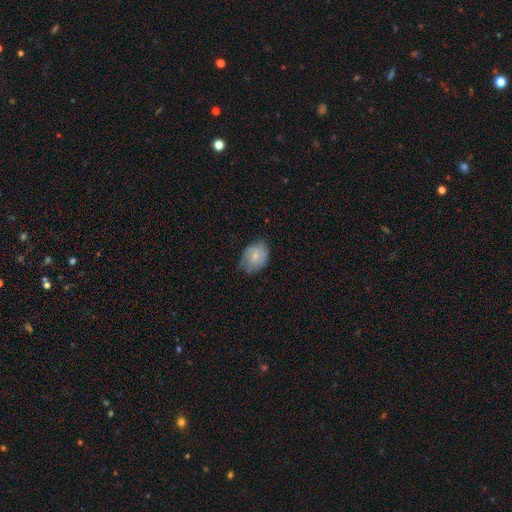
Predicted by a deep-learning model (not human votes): Smooth or featured?
  - smooth: 72% *
  - featured or disk: 21%
  - star or artifact: 7%
How rounded?
  - in between: 65% *
  - round: 34%
  - cigar-shaped: 1%
Merging?
  - none: 59% *
  - minor disturbance: 33%
  - major disturbance: 7%
  - merger: 1%